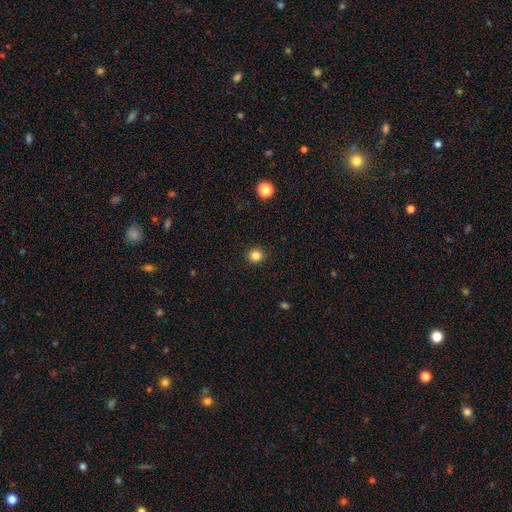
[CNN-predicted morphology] The model was most divided on "smooth or featured": smooth: 84%, star or artifact: 12%, featured or disk: 4%. More confident: how rounded — round (93%); merging — none (91%).